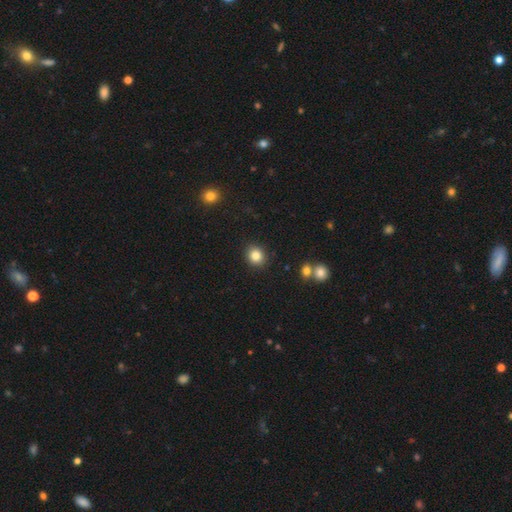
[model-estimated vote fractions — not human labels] Smooth or featured?
  - smooth: 84% *
  - star or artifact: 10%
  - featured or disk: 6%
How rounded?
  - round: 78% *
  - in between: 21%
  - cigar-shaped: 1%
Merging?
  - none: 89% *
  - minor disturbance: 6%
  - merger: 2%
  - major disturbance: 2%